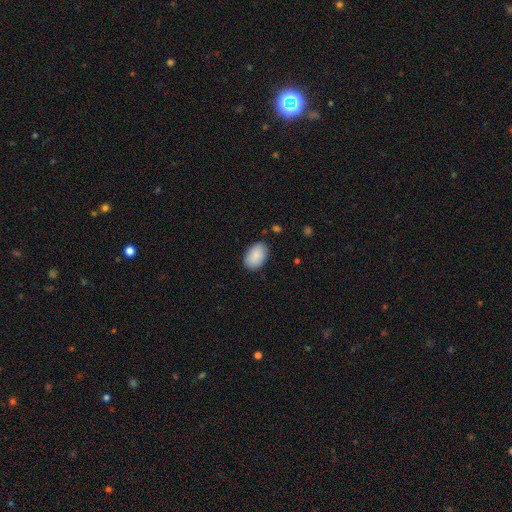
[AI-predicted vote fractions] A smooth galaxy with no disk features (89%) that is in between round and cigar-shaped (91%). Merging: none (86%).